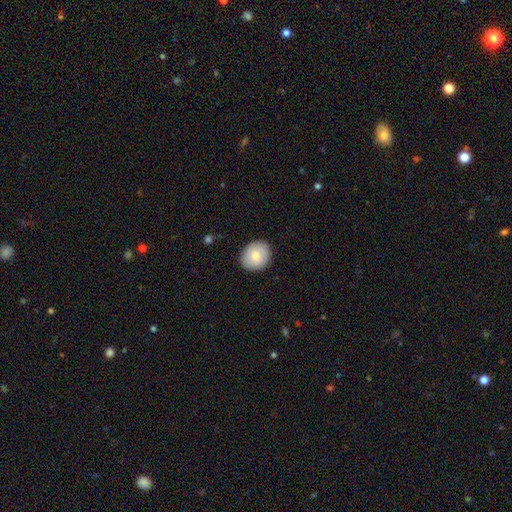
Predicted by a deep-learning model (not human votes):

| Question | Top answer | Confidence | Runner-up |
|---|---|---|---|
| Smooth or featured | smooth | 79% | featured or disk (15%) |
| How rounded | round | 65% | in between (34%) |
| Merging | none | 87% | minor disturbance (10%) |